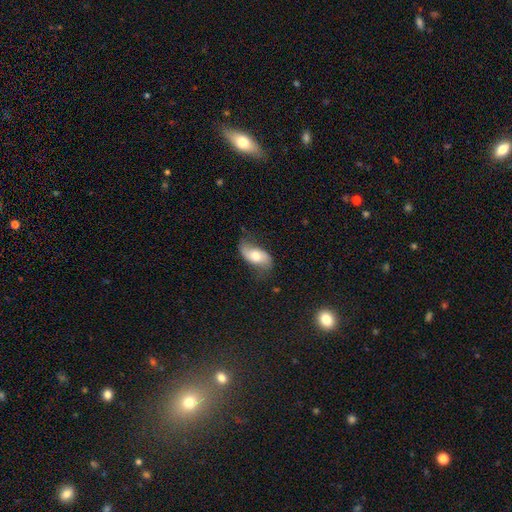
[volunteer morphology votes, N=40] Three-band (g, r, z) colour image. It shows a featured or disk galaxy (60%) with no bar (83%), 2 (100%) loose (82%) spiral arms (74%) and a moderate central bulge (78%). Merging: none (58%).